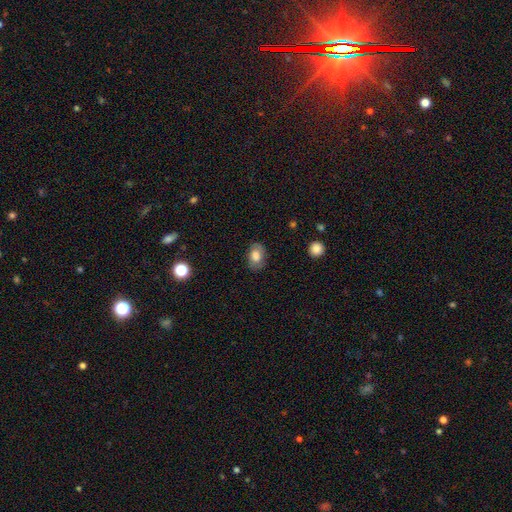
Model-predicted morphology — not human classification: This appears to be a smooth galaxy with no disk features (76%) that is in between round and cigar-shaped (79%). Merging: none (80%).